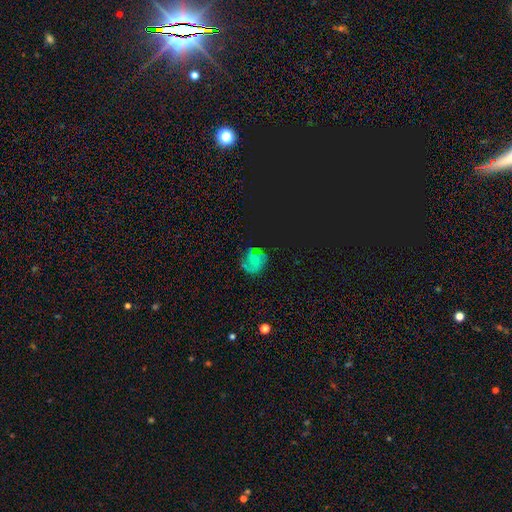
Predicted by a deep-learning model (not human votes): featured or disk 59%, smooth 23%, star or artifact 18%. Down the decision tree: edge-on disk — no (98%); bar — no (70%); spiral arms — yes (92%); spiral arm count — 2 (30%); spiral winding — medium (49%); bulge size — small (64%); merging — none (71%).